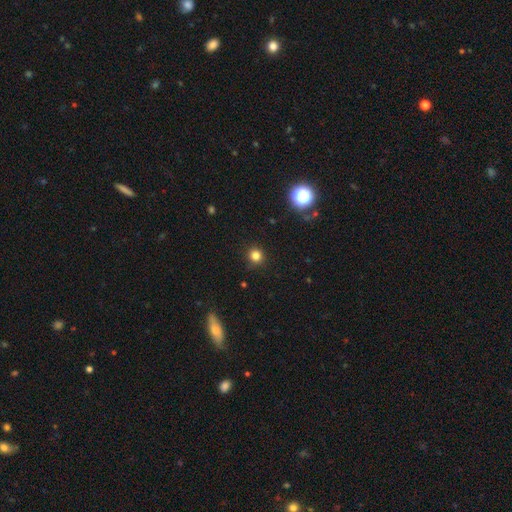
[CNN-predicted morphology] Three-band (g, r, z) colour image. It shows a smooth galaxy with no disk features (81%) that is round (92%). Merging: none (89%).